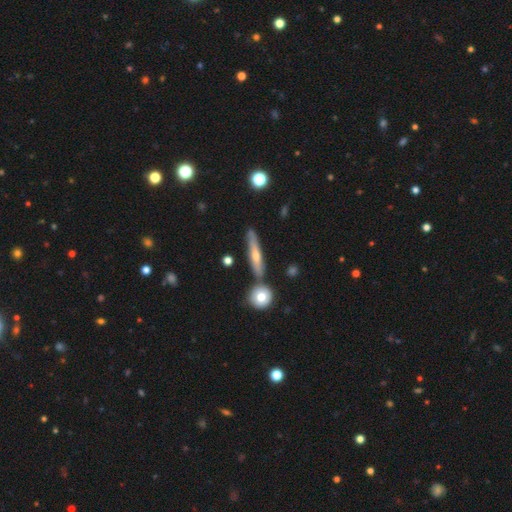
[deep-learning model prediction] Q: Smooth or featured?
A: featured or disk (53%); runner-up: smooth (39%)
Q: Edge-on disk?
A: yes (85%); runner-up: no (15%)
Q: Merging?
A: none (78%); runner-up: minor disturbance (12%)